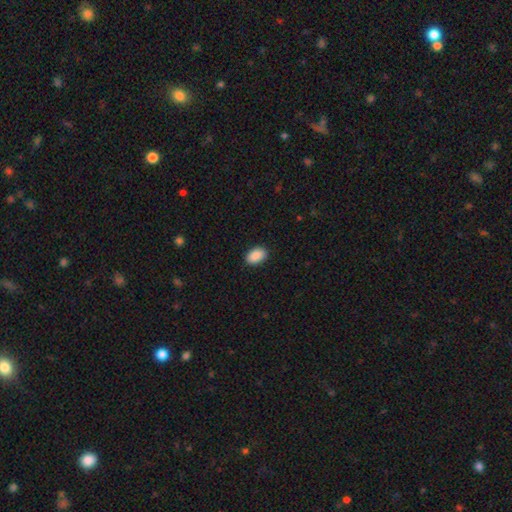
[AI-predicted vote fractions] smooth 91%, star or artifact 7%, featured or disk 2%. Down the decision tree: how rounded — in between (90%); merging — none (89%).